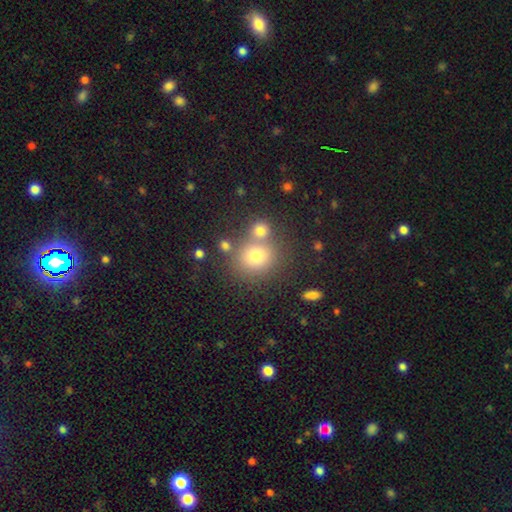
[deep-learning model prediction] A smooth galaxy with no disk features (78%) that is round (75%).

Vote fractions:
- Smooth or featured? smooth: 78% / star or artifact: 13% / featured or disk: 10%
- How rounded? round: 75% / in between: 24% / cigar-shaped: 1%
- Merging? none: 58% / merger: 28% / minor disturbance: 10% / major disturbance: 4%